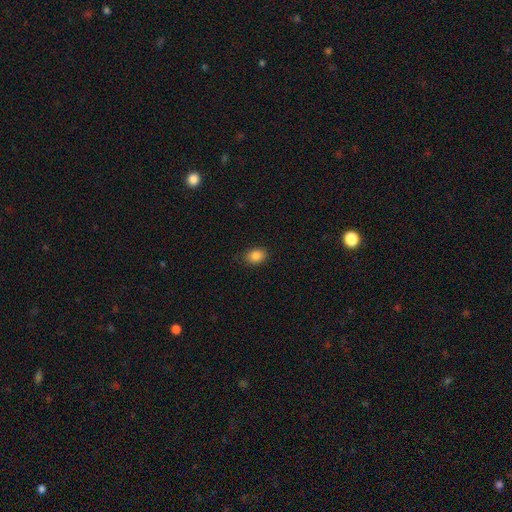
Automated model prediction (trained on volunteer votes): This appears to be a smooth galaxy with no disk features (86%) that is in between round and cigar-shaped (70%). Merging: none (85%).